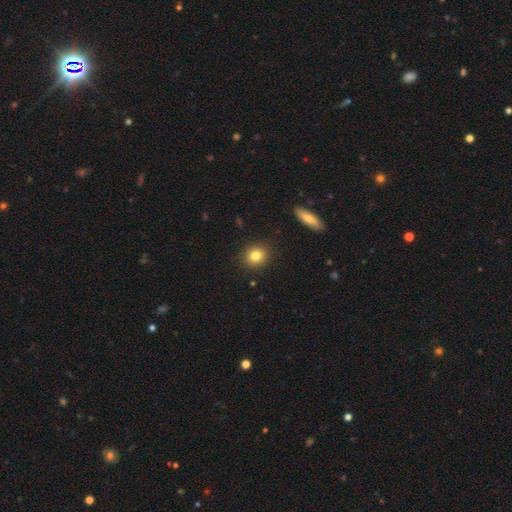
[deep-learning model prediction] smooth-or-featured: smooth: 82% | star or artifact: 10% | featured or disk: 8%
  how-rounded: round: 81% | in between: 18% | cigar-shaped: 1%
  merging: none: 90% | minor disturbance: 7% | major disturbance: 2% | merger: 1%